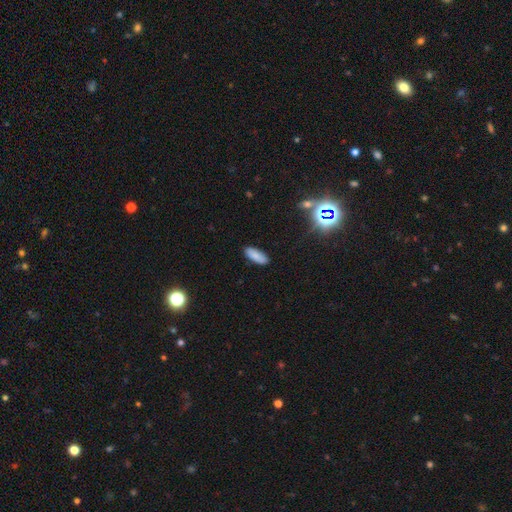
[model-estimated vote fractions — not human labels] A smooth galaxy with no disk features (84%) that is in between round and cigar-shaped (75%).

Vote fractions:
- Smooth or featured? smooth: 84% / star or artifact: 9% / featured or disk: 7%
- How rounded? in between: 75% / cigar-shaped: 24% / round: 2%
- Merging? none: 88% / minor disturbance: 9% / major disturbance: 2% / merger: 1%